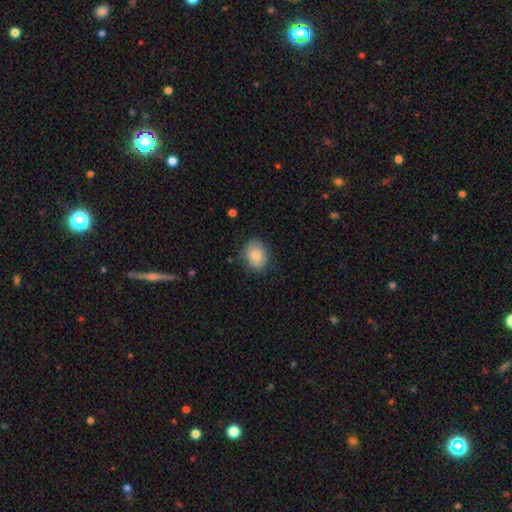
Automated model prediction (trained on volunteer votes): smooth 83%, featured or disk 9%, star or artifact 7%. Down the decision tree: how rounded — in between (50%); merging — none (79%).